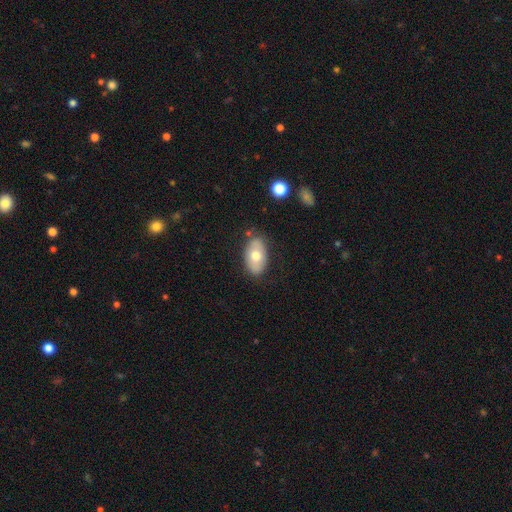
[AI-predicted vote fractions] Smooth or featured: smooth — 65% (featured or disk — 28%)
How rounded: in between — 92% (round — 7%)
Merging: none — 79% (minor disturbance — 15%)